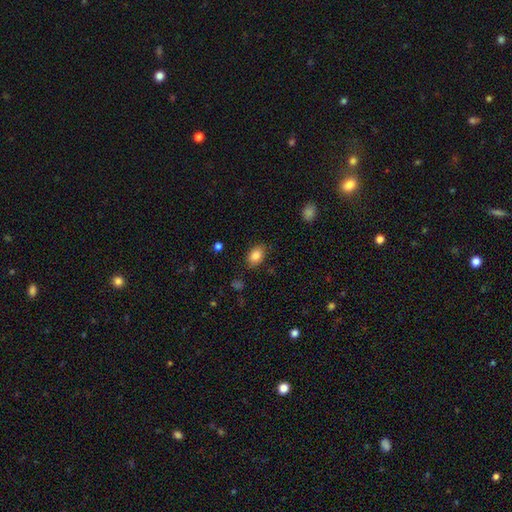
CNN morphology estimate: smooth_or_featured: smooth (p=0.85) [alt: star or artifact p=0.08]
how_rounded: in between (p=0.81) [alt: round p=0.18]
merging: none (p=0.81) [alt: minor disturbance p=0.14]